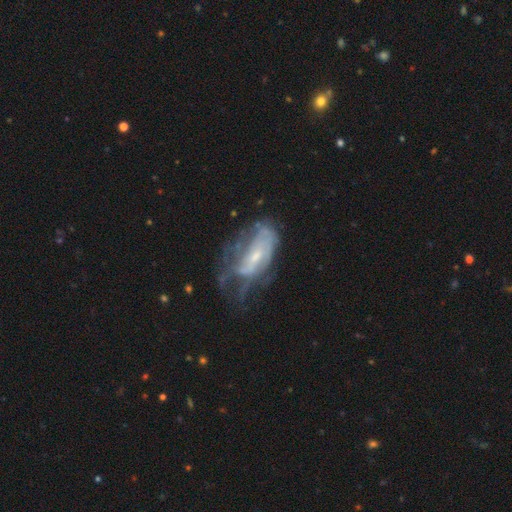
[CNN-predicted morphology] featured or disk 70%, smooth 20%, star or artifact 9%. Down the decision tree: edge-on disk — no (93%); bar — no (55%); spiral arms — yes (57%); bulge size — small (58%); merging — major disturbance (37%).